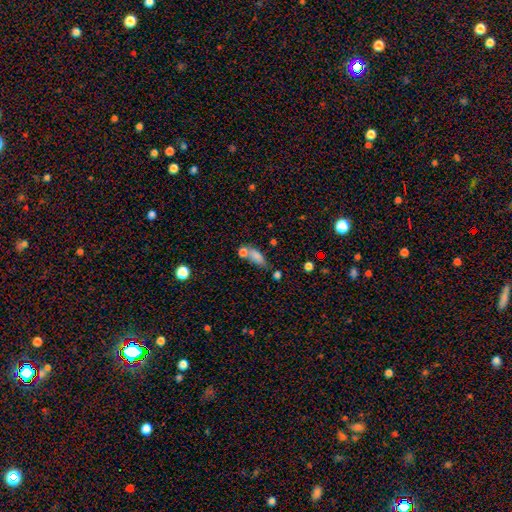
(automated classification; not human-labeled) This is likely a smooth galaxy (77%). How rounded: likely in between (74%). Merging: marginally none (39%).